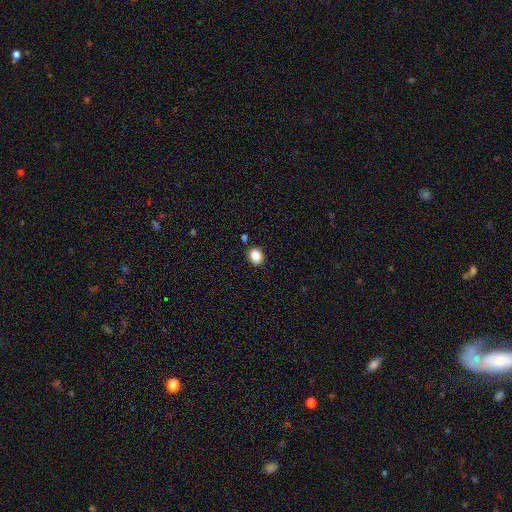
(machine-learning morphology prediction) smooth_or_featured: smooth (p=0.86) [alt: star or artifact p=0.10]
how_rounded: in between (p=0.52) [alt: round p=0.47]
merging: none (p=0.86) [alt: minor disturbance p=0.09]